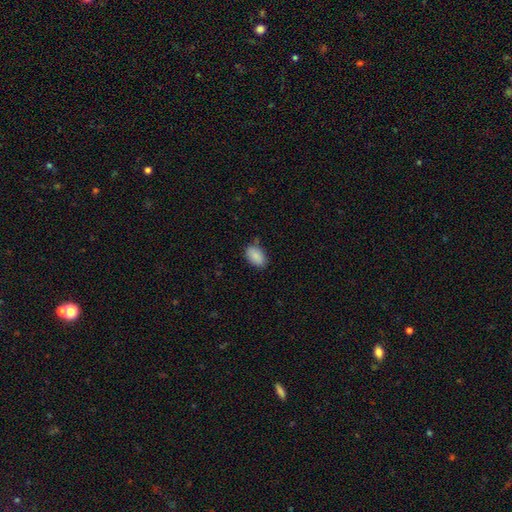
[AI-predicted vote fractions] A smooth galaxy with no disk features (88%) that is in between round and cigar-shaped (90%).

Vote fractions:
- Smooth or featured? smooth: 88% / star or artifact: 7% / featured or disk: 4%
- How rounded? in between: 90% / round: 8% / cigar-shaped: 2%
- Merging? none: 74% / minor disturbance: 20% / major disturbance: 4% / merger: 3%